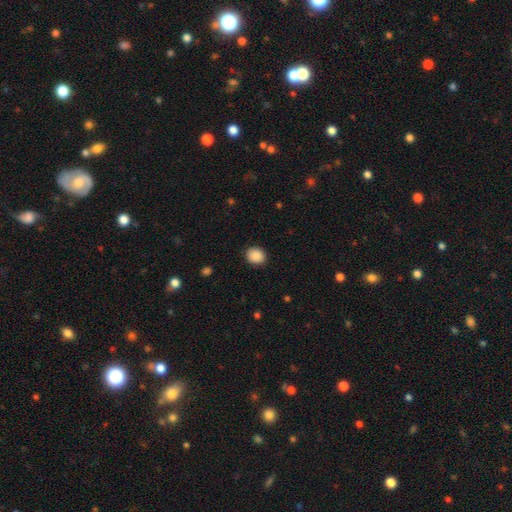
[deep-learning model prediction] smooth_or_featured: smooth (p=0.89) [alt: star or artifact p=0.08]
how_rounded: round (p=0.70) [alt: in between p=0.29]
merging: none (p=0.90) [alt: minor disturbance p=0.07]